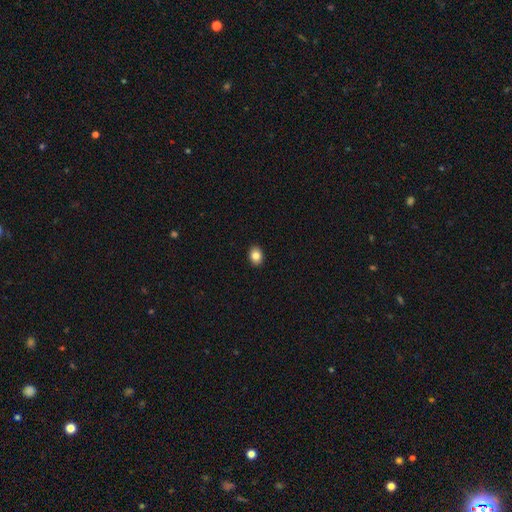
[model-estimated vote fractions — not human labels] This is clearly a smooth galaxy (84%). How rounded: likely in between (67%). Merging: clearly none (91%).